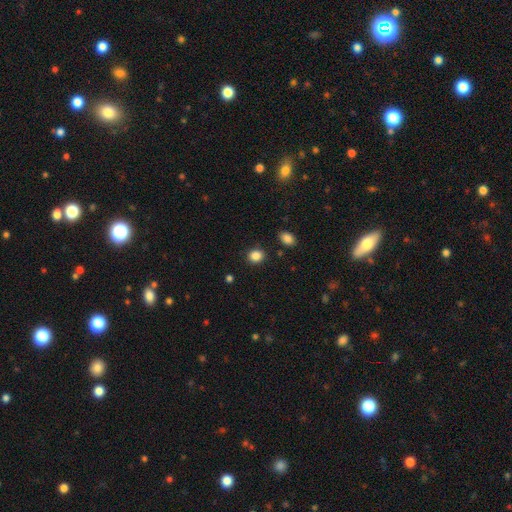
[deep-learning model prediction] A smooth galaxy with no disk features (86%) that is round (75%). Merging: none (87%).